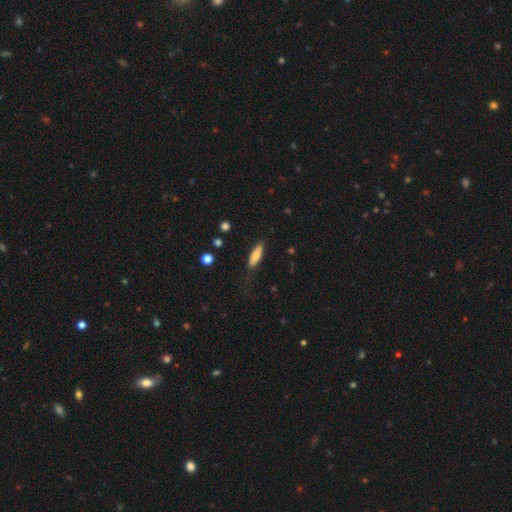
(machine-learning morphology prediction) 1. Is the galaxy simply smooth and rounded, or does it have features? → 78% smooth, 15% featured or disk, 6% star or artifact.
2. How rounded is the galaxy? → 54% cigar-shaped, 44% in between, 2% round.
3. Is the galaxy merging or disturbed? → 73% none, 20% minor disturbance, 6% major disturbance, 2% merger.